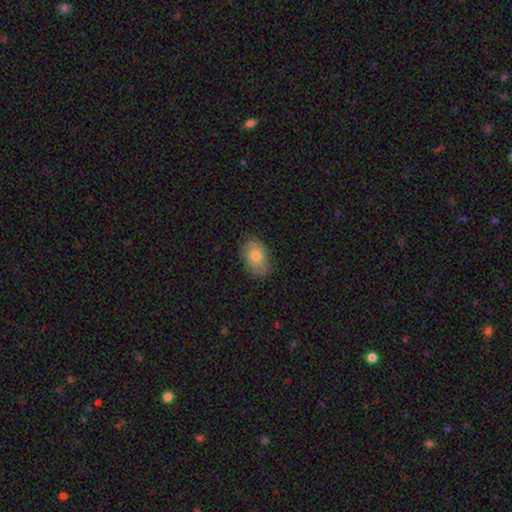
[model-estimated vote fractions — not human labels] Smooth or featured: smooth — 77% (featured or disk — 15%)
How rounded: in between — 84% (round — 15%)
Merging: none — 82% (minor disturbance — 14%)